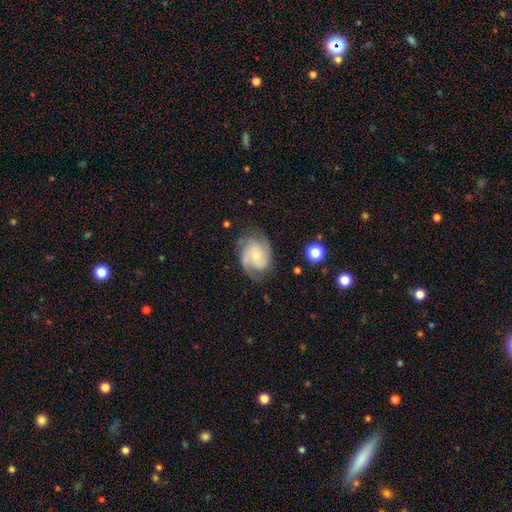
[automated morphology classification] The model was most divided on "spiral winding": medium: 43%, tight: 40%, loose: 18%. More confident: edge-on disk — no (97%); spiral arms — yes (93%); smooth or featured — featured or disk (74%); bar — no (70%); merging — none (64%); bulge size — small (56%); spiral arm count — 2 (53%).